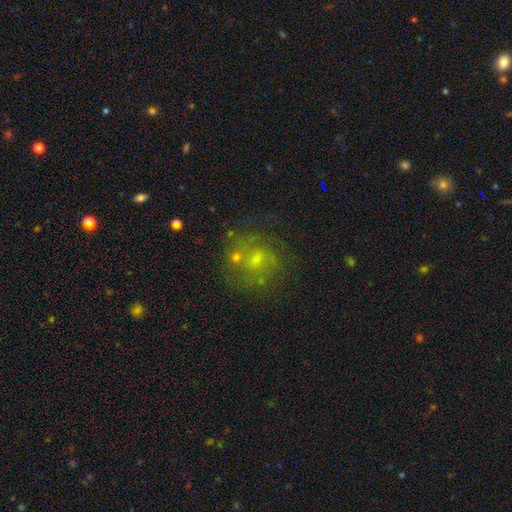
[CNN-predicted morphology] Smooth or featured? featured or disk (41%)
Merging? none (66%)